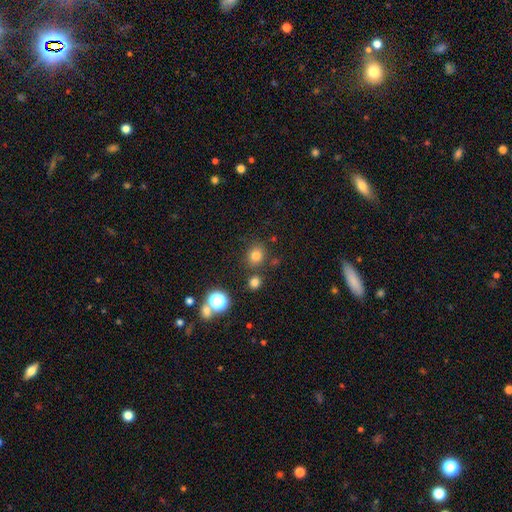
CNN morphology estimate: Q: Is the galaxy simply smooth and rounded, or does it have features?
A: smooth — 77%.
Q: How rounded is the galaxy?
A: round — 78%.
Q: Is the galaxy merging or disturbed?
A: none — 78%.